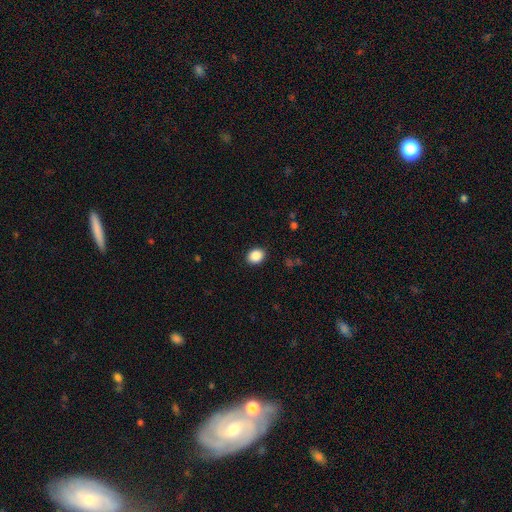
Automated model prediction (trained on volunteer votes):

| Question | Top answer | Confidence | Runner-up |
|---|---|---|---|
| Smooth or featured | smooth | 88% | star or artifact (8%) |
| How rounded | in between | 52% | round (47%) |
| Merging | none | 90% | minor disturbance (7%) |